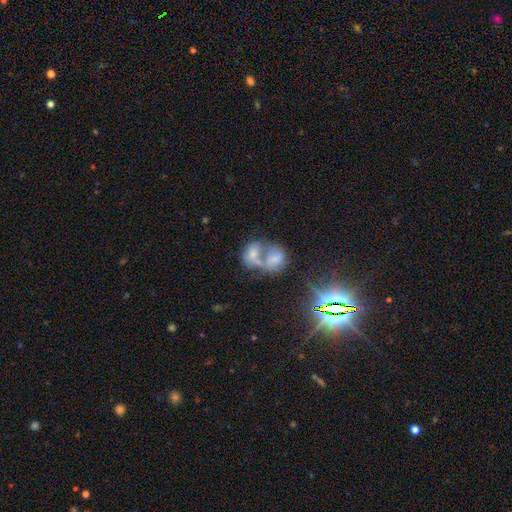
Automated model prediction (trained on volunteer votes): Q: Smooth or featured?
A: smooth (49%); runner-up: featured or disk (28%)
Q: Merging?
A: merger (74%); runner-up: none (14%)